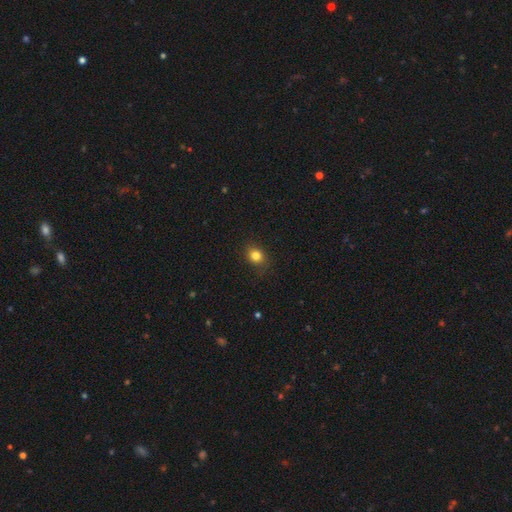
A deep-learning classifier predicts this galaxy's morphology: smooth-or-featured: smooth: 81% | star or artifact: 12% | featured or disk: 7%
  how-rounded: round: 62% | in between: 37% | cigar-shaped: 1%
  merging: none: 83% | minor disturbance: 13% | major disturbance: 3% | merger: 1%